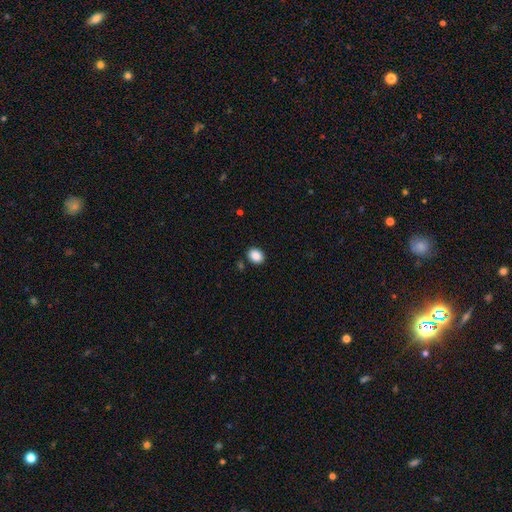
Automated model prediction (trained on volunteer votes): Smooth or featured? Predicted: smooth (p=0.89). How rounded? Predicted: in between (p=0.60). Merging? Predicted: none (p=0.87).